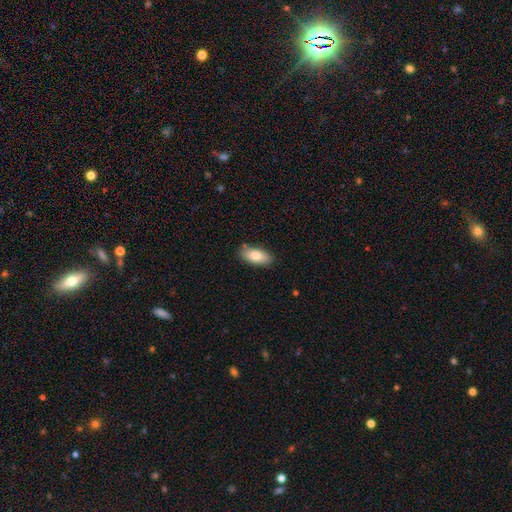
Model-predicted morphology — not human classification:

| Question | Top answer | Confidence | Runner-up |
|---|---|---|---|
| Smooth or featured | smooth | 81% | featured or disk (12%) |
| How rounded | in between | 89% | cigar-shaped (8%) |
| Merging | none | 85% | minor disturbance (11%) |